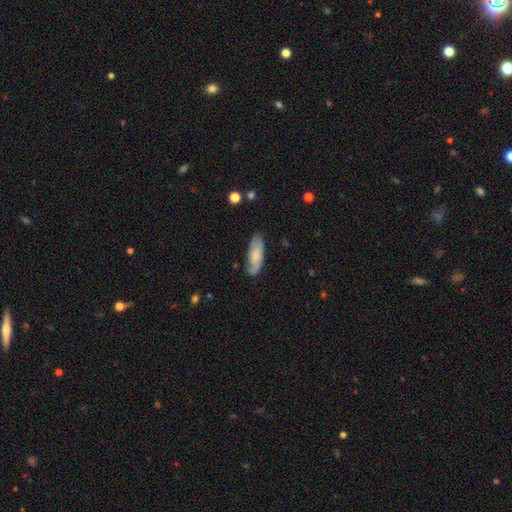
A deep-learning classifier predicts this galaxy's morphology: Smooth or featured? Predicted: smooth (p=0.58). How rounded? Predicted: in between (p=0.68). Merging? Predicted: none (p=0.76).